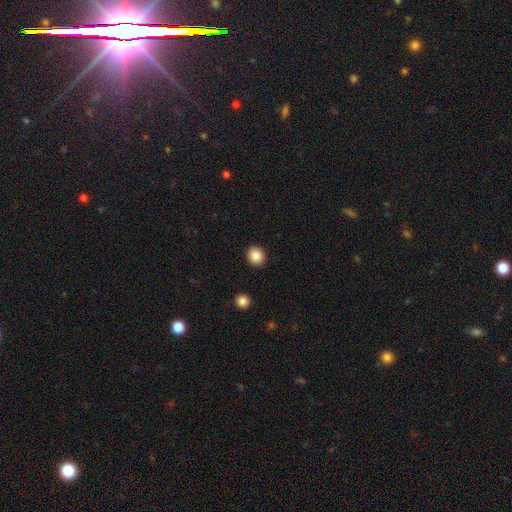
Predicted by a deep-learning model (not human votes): Smooth or featured: smooth — 87% (star or artifact — 9%)
How rounded: round — 84% (in between — 15%)
Merging: none — 92% (minor disturbance — 5%)